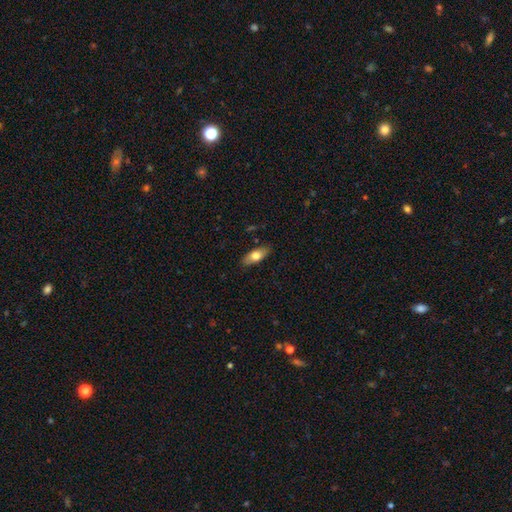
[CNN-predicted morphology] This is likely a smooth galaxy (72%). How rounded: likely in between (79%). Merging: clearly none (86%).